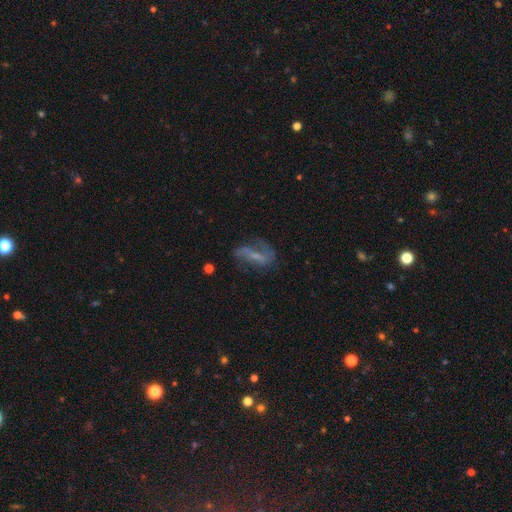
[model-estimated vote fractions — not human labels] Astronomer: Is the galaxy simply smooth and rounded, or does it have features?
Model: featured or disk — 65%.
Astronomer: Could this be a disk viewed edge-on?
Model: no — 92%.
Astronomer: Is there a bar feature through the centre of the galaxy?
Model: weak — 39% (runner-up: no, 33%).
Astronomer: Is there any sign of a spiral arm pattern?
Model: yes — 76%.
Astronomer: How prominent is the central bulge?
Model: small — 49% (runner-up: none, 25%).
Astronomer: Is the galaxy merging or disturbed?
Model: none — 51%.